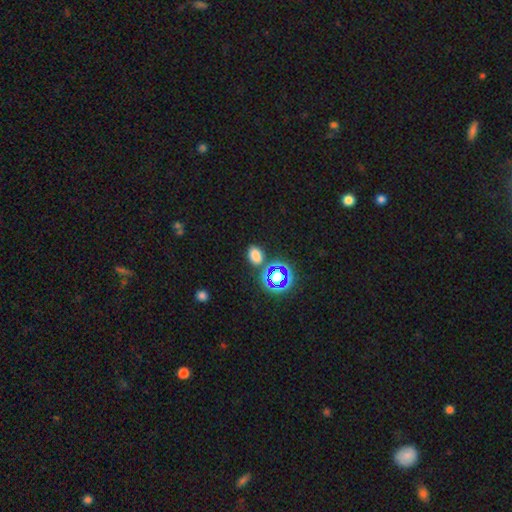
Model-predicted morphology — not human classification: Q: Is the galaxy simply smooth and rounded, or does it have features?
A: smooth — 71%.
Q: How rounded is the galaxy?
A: in between — 75%.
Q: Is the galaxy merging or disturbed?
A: none — 77%.